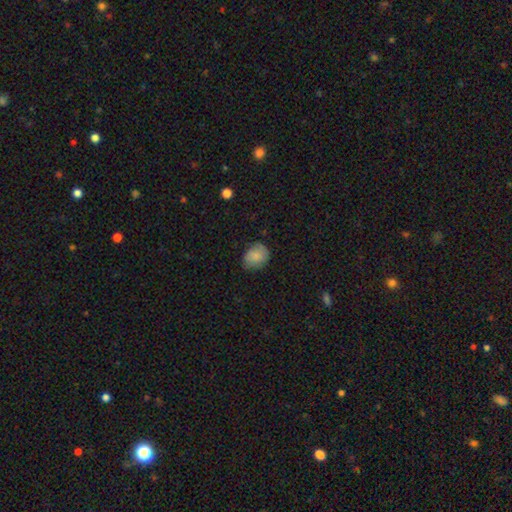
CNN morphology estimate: This is clearly a smooth galaxy (82%). How rounded: possibly in between (54%). Merging: likely none (69%).